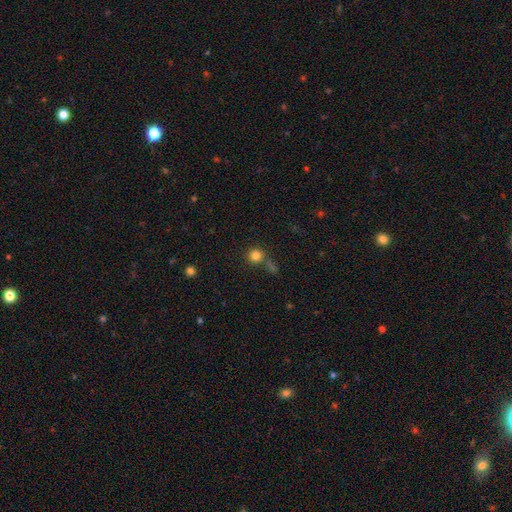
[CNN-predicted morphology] smooth 80%, star or artifact 14%, featured or disk 6%. Down the decision tree: how rounded — round (92%); merging — none (66%).